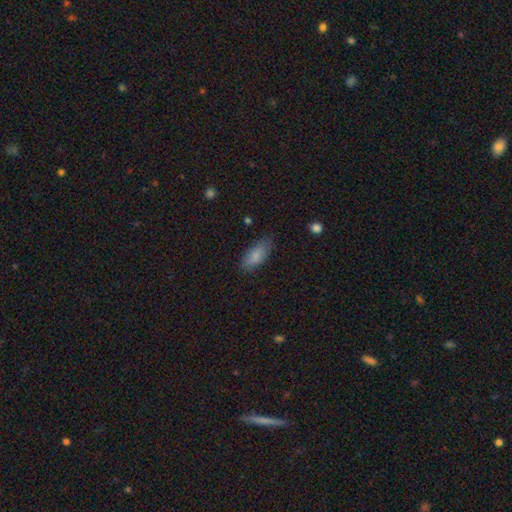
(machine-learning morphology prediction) smooth 84%, featured or disk 10%, star or artifact 7%. Down the decision tree: how rounded — in between (83%); merging — none (78%).